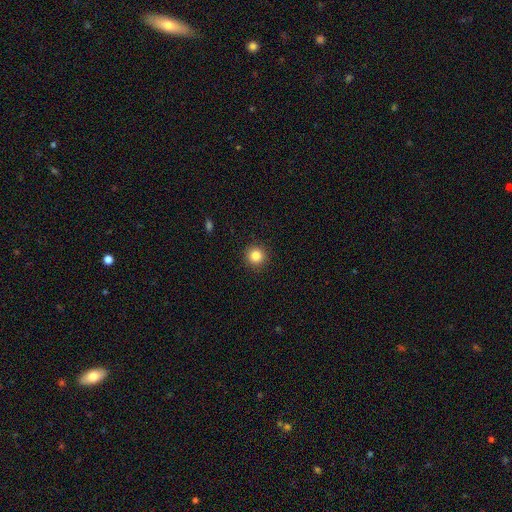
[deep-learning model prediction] The model was most divided on "smooth or featured": smooth: 84%, star or artifact: 11%, featured or disk: 5%. More confident: how rounded — round (95%); merging — none (93%).